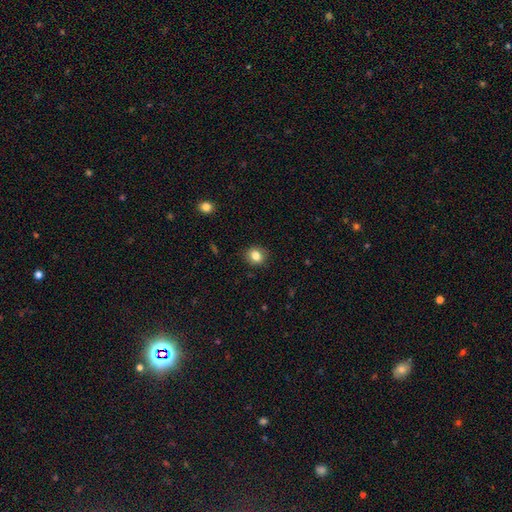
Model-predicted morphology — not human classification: smooth-or-featured: smooth: 83% | star or artifact: 10% | featured or disk: 7%
  how-rounded: round: 67% | in between: 32% | cigar-shaped: 1%
  merging: none: 87% | minor disturbance: 10% | major disturbance: 2% | merger: 1%